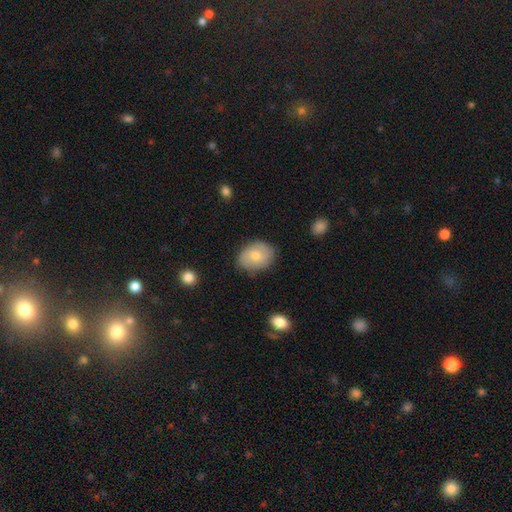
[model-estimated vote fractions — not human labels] A smooth galaxy with no disk features (68%) that is in between round and cigar-shaped (69%).

Vote fractions:
- Smooth or featured? smooth: 68% / featured or disk: 25% / star or artifact: 7%
- How rounded? in between: 69% / round: 30% / cigar-shaped: 1%
- Merging? none: 78% / minor disturbance: 17% / major disturbance: 4% / merger: 2%